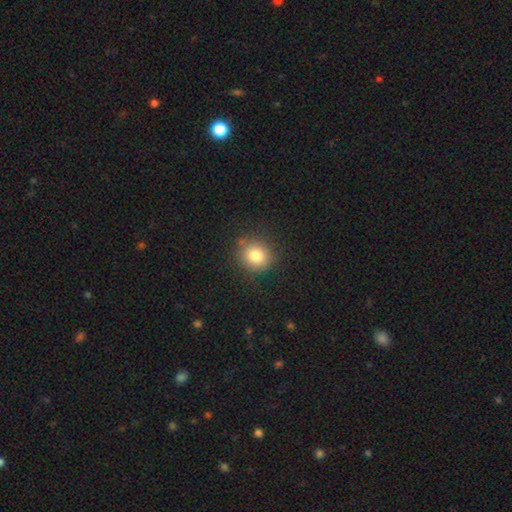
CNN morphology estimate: Smooth or featured: smooth — 81% (star or artifact — 11%)
How rounded: round — 85% (in between — 14%)
Merging: none — 86% (minor disturbance — 9%)